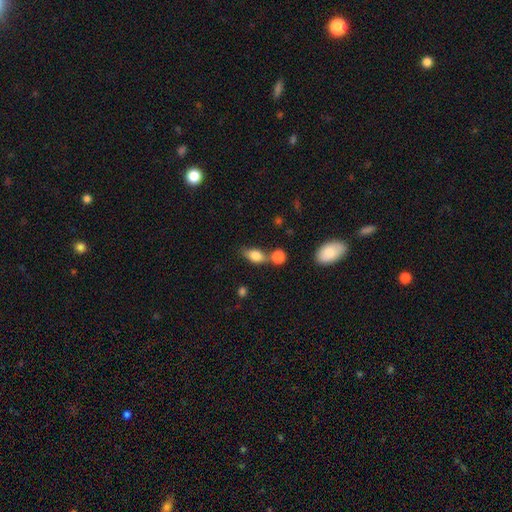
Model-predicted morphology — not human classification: This appears to be a smooth galaxy with no disk features (79%) that is in between round and cigar-shaped (77%). Merging: none (45%).